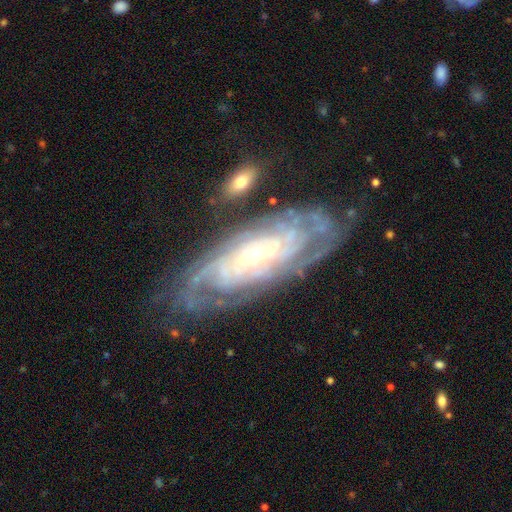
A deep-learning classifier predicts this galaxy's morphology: smooth_or_featured: featured or disk (p=0.88) [alt: smooth p=0.06]
disk_edge_on: no (p=0.90) [alt: yes p=0.10]
bar: no (p=0.52) [alt: weak p=0.33]
has_spiral_arms: yes (p=0.96) [alt: no p=0.04]
spiral_winding: tight (p=0.78) [alt: medium p=0.18]
spiral_arm_count: can't tell (p=0.38) [alt: 4 p=0.19]
bulge_size: small (p=0.52) [alt: moderate p=0.42]
merging: none (p=0.74) [alt: minor disturbance p=0.16]